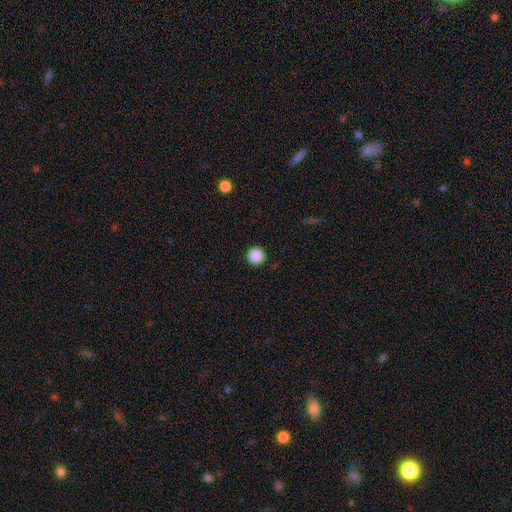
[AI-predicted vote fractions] This appears to be a smooth galaxy with no disk features (89%) that is round (97%). Merging: none (93%).